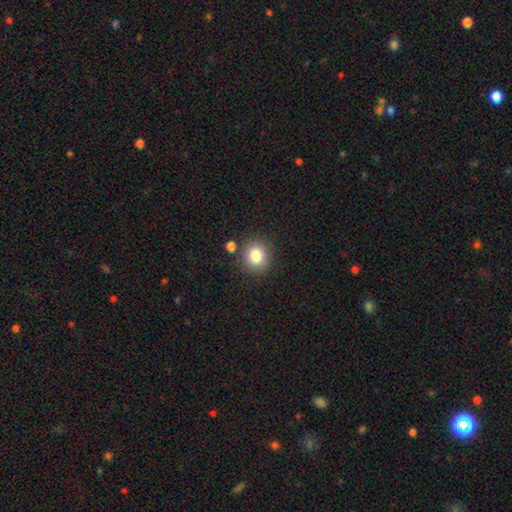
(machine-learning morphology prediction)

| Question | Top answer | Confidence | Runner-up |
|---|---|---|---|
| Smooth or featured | smooth | 83% | star or artifact (10%) |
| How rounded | round | 84% | in between (15%) |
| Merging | none | 81% | minor disturbance (10%) |